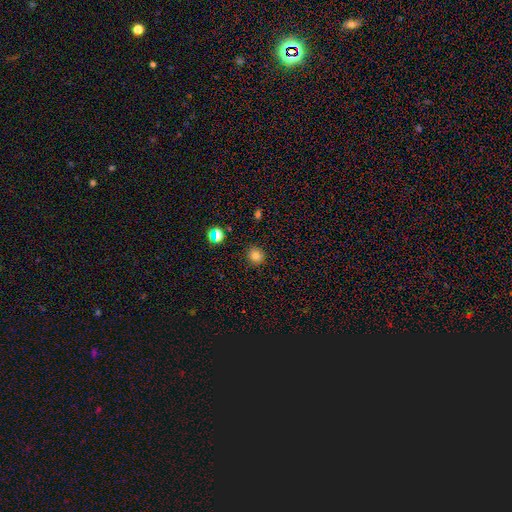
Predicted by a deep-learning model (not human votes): Smooth or featured: smooth — 78% (star or artifact — 16%)
How rounded: round — 88% (in between — 11%)
Merging: none — 89% (minor disturbance — 7%)